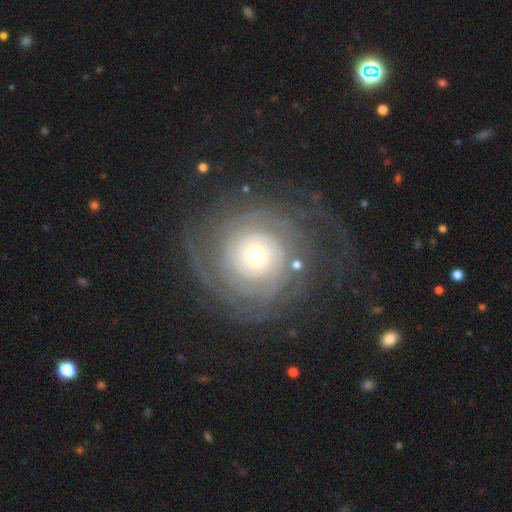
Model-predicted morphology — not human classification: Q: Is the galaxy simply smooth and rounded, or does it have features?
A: featured or disk — 85%.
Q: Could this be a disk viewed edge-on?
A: no — 97%.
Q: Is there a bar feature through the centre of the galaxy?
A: no — 81%.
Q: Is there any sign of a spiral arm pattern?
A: yes — 95%.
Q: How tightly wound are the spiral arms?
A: tight — 79%.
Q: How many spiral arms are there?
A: can't tell — 34%.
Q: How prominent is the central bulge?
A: small — 50%.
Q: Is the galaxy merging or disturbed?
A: none — 72%.